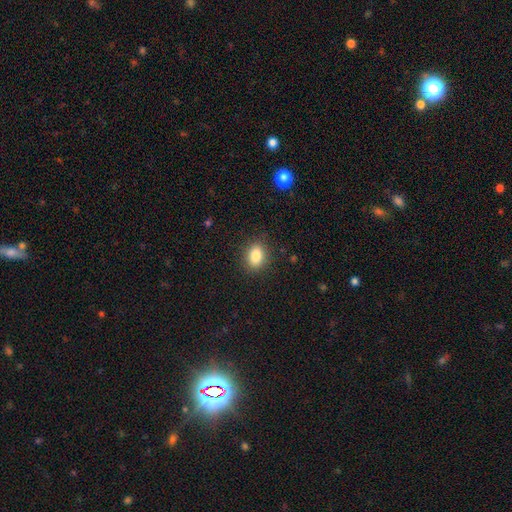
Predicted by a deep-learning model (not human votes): smooth-or-featured: smooth: 85% | star or artifact: 9% | featured or disk: 6%
  how-rounded: in between: 73% | round: 25% | cigar-shaped: 2%
  merging: none: 88% | minor disturbance: 9% | major disturbance: 3% | merger: 1%